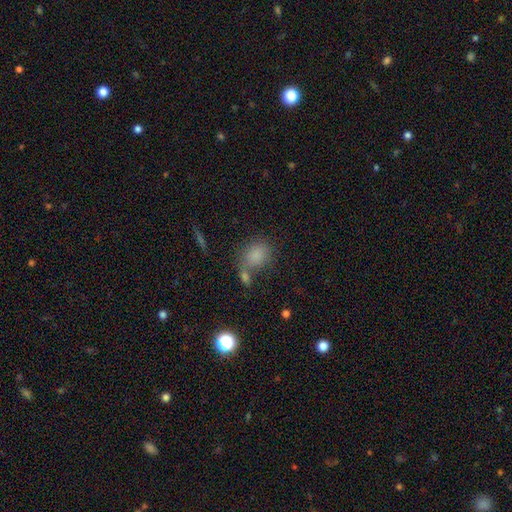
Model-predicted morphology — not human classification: Q: Smooth or featured?
A: smooth (80%); runner-up: star or artifact (13%)
Q: How rounded?
A: in between (58%); runner-up: round (41%)
Q: Merging?
A: none (53%); runner-up: merger (24%)